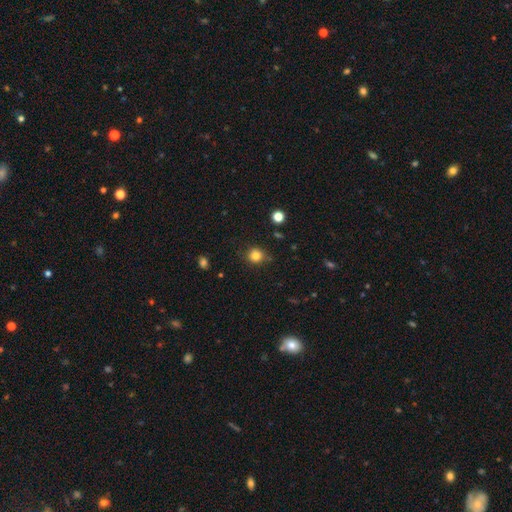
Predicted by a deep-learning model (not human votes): smooth 82%, star or artifact 13%, featured or disk 6%. Down the decision tree: how rounded — round (87%); merging — none (82%).